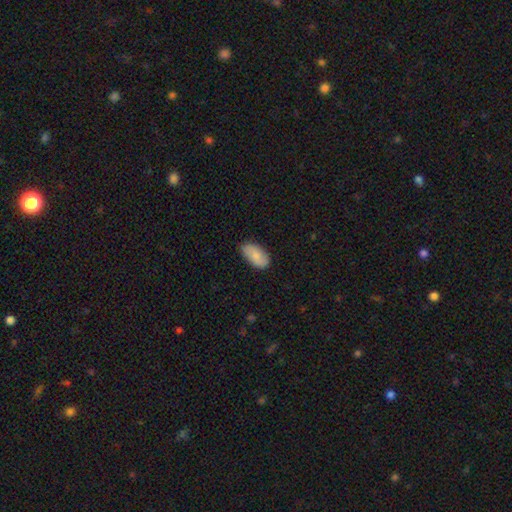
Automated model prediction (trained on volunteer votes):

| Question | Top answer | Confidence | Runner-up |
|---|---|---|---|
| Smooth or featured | smooth | 77% | featured or disk (17%) |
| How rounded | in between | 94% | round (3%) |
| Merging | none | 79% | minor disturbance (18%) |